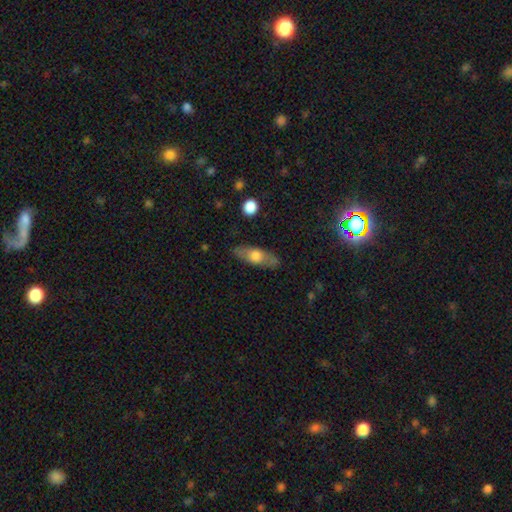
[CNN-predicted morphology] Q: Smooth or featured?
A: smooth (58%); runner-up: featured or disk (36%)
Q: How rounded?
A: in between (61%); runner-up: cigar-shaped (35%)
Q: Merging?
A: none (81%); runner-up: minor disturbance (14%)